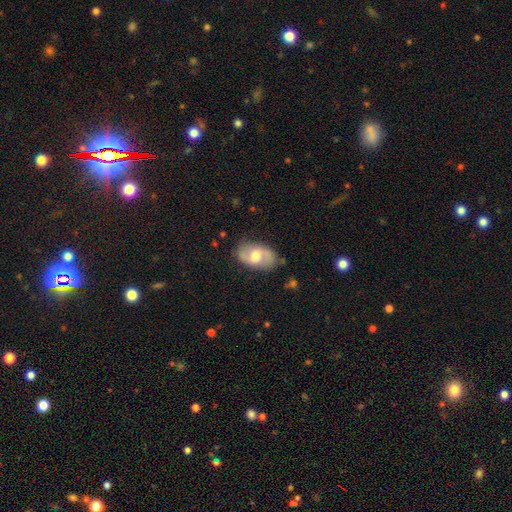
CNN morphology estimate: Smooth or featured: featured or disk — 56% (smooth — 38%)
Edge-on disk: no — 94% (yes — 6%)
Bar: weak — 49% (no — 36%)
Spiral arms: yes — 76% (no — 24%)
Bulge size: moderate — 64% (large — 17%)
Merging: none — 76% (minor disturbance — 17%)